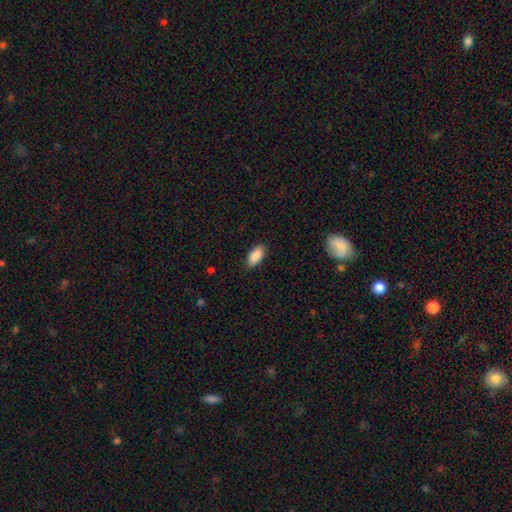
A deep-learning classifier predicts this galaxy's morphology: Smooth or featured? smooth (88%)
How rounded? in between (90%)
Merging? none (87%)